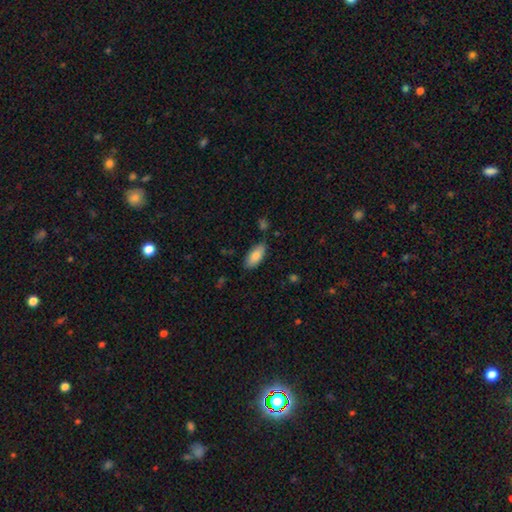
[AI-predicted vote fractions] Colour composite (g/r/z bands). It shows a smooth galaxy with no disk features (85%) that is in between round and cigar-shaped (88%). Merging: none (80%).